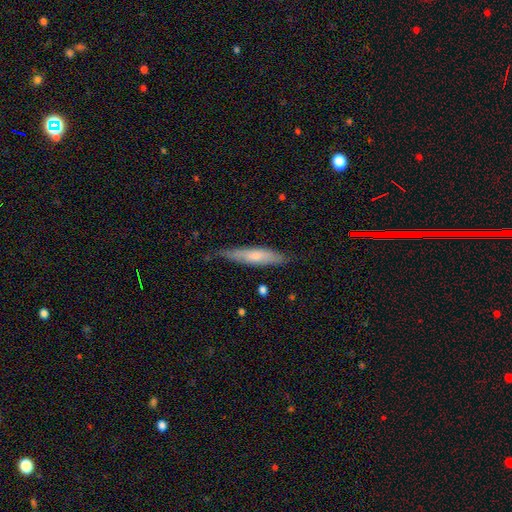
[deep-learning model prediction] A smooth galaxy with no disk features (59%) that is cigar-shaped (82%). Merging: none (73%).